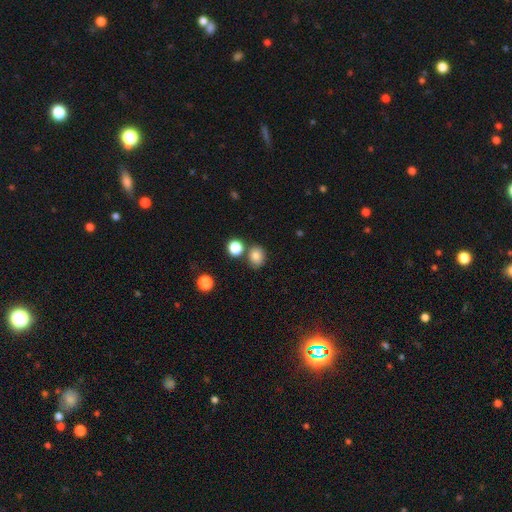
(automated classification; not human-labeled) Smooth or featured: smooth — 82% (star or artifact — 12%)
How rounded: round — 64% (in between — 35%)
Merging: none — 73% (merger — 12%)